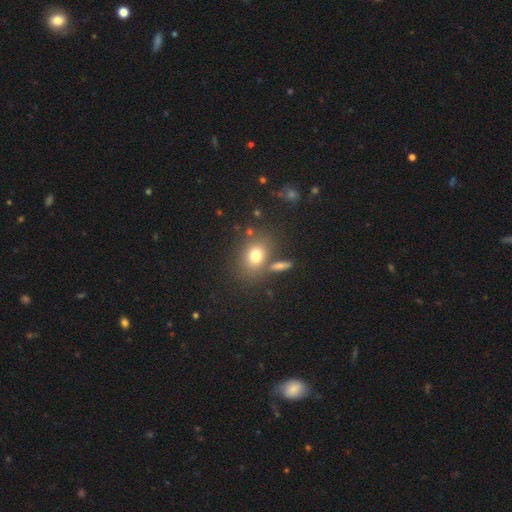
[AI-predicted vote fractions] smooth_or_featured: smooth (p=0.75) [alt: star or artifact p=0.13]
how_rounded: in between (p=0.53) [alt: round p=0.46]
merging: none (p=0.70) [alt: merger p=0.14]